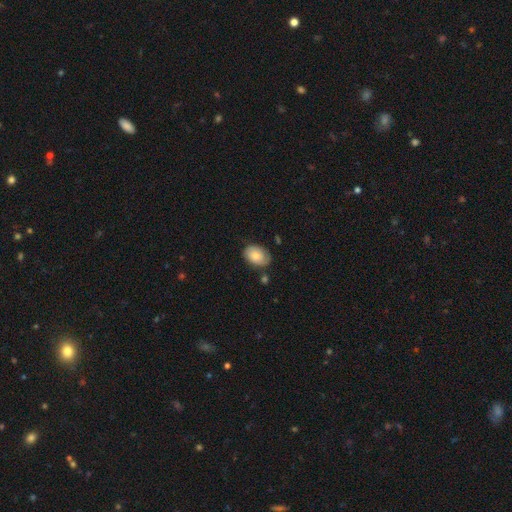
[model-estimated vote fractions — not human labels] Q: Smooth or featured?
A: smooth (79%); runner-up: featured or disk (15%)
Q: How rounded?
A: in between (84%); runner-up: round (15%)
Q: Merging?
A: none (72%); runner-up: minor disturbance (20%)